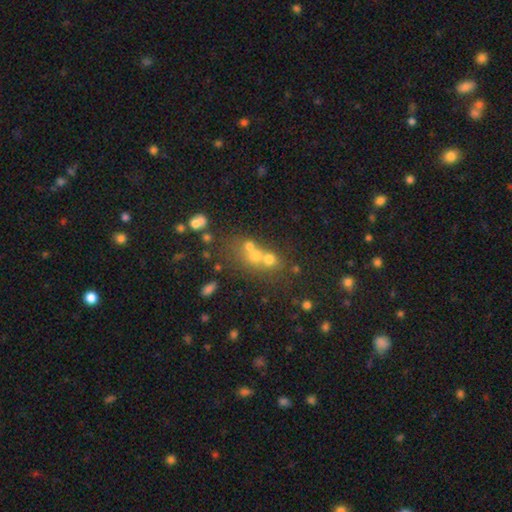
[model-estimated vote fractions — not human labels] smooth-or-featured: smooth: 51% | star or artifact: 25% | featured or disk: 23%
  how-rounded: round: 72% | in between: 26% | cigar-shaped: 2%
  merging: merger: 53% | none: 34% | minor disturbance: 7% | major disturbance: 6%